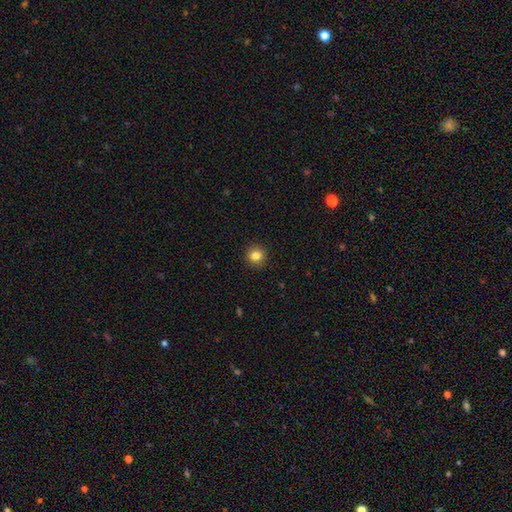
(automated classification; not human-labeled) A smooth galaxy with no disk features (83%) that is round (89%).

Vote fractions:
- Smooth or featured? smooth: 83% / star or artifact: 11% / featured or disk: 6%
- How rounded? round: 89% / in between: 10% / cigar-shaped: 1%
- Merging? none: 92% / minor disturbance: 5% / major disturbance: 2% / merger: 1%